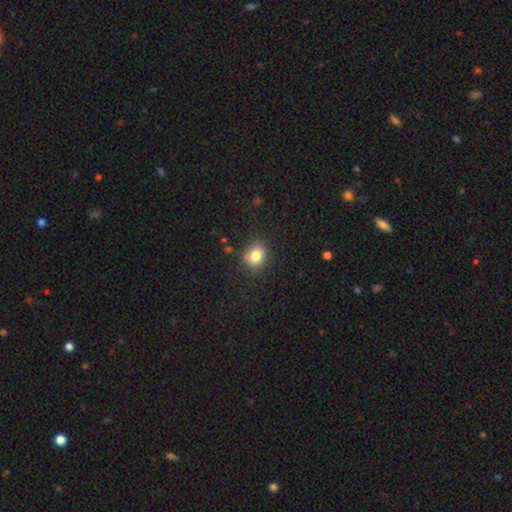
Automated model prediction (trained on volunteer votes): Smooth or featured?
  - smooth: 82% *
  - star or artifact: 11%
  - featured or disk: 7%
How rounded?
  - round: 63% *
  - in between: 36%
  - cigar-shaped: 1%
Merging?
  - none: 81% *
  - minor disturbance: 13%
  - major disturbance: 4%
  - merger: 2%